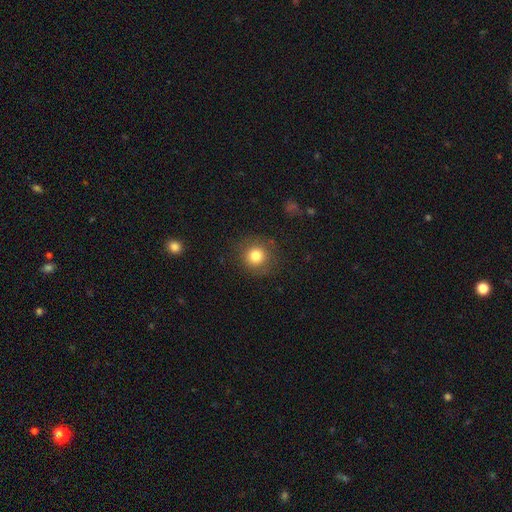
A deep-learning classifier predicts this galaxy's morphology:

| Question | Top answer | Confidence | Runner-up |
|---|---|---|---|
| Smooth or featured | smooth | 80% | star or artifact (12%) |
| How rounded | round | 91% | in between (8%) |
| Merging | none | 85% | minor disturbance (10%) |